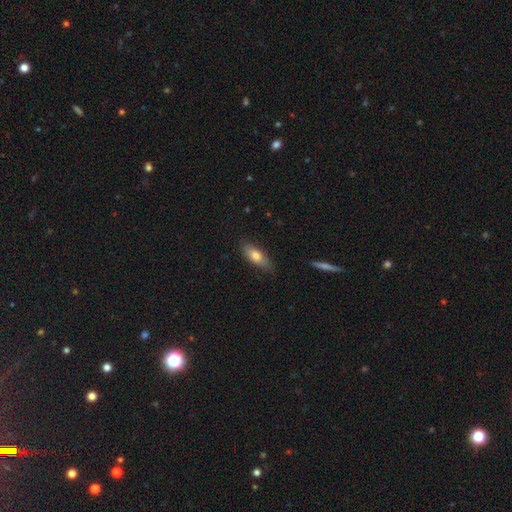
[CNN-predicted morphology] The model was most divided on "how rounded": in between: 74%, cigar-shaped: 23%, round: 3%. More confident: merging — none (77%); smooth or featured — smooth (76%).